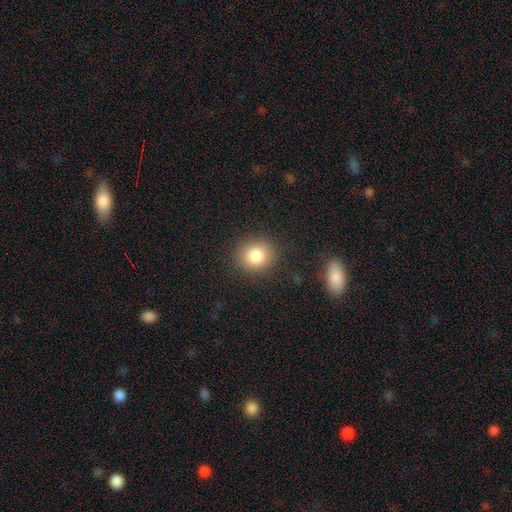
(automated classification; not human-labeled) smooth 84%, star or artifact 10%, featured or disk 6%. Down the decision tree: how rounded — round (84%); merging — none (88%).